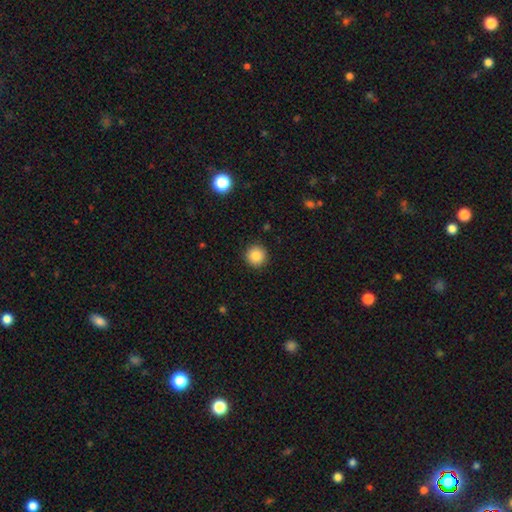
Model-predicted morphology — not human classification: Smooth or featured? Predicted: smooth (p=0.85). How rounded? Predicted: round (p=0.95). Merging? Predicted: none (p=0.92).